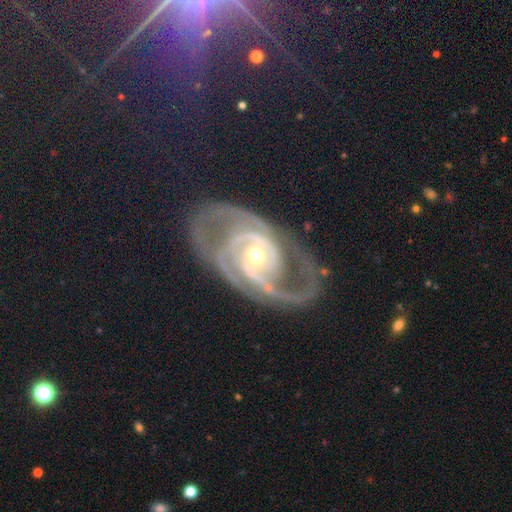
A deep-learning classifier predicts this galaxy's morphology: This appears to be a featured or disk galaxy (92%) with no bar (56%), 2 (61%) tight (53%) spiral arms (95%) and a moderate central bulge (58%). Merging: none (71%).